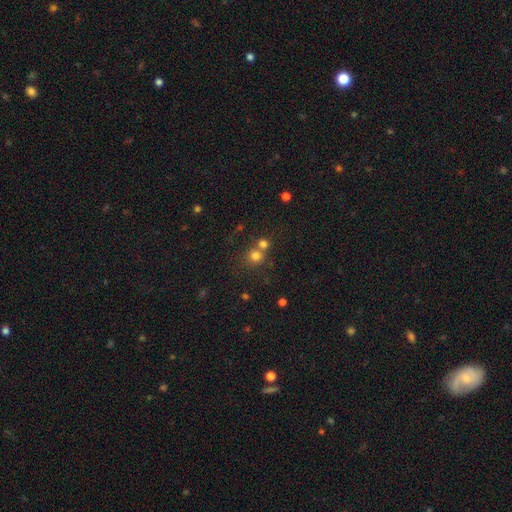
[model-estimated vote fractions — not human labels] Smooth or featured: smooth — 74% (star or artifact — 17%)
How rounded: round — 88% (in between — 11%)
Merging: none — 51% (merger — 39%)